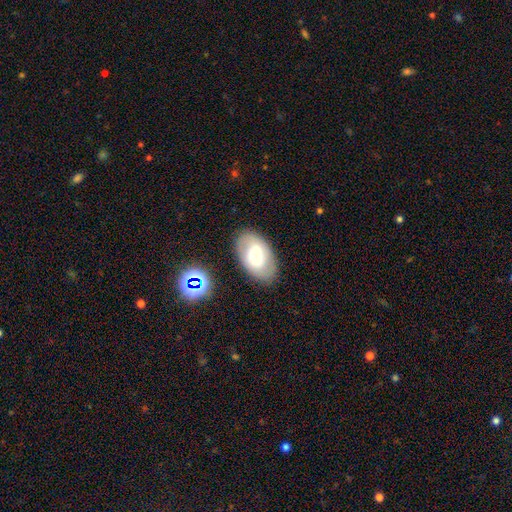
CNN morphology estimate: Q: Smooth or featured?
A: smooth (55%); runner-up: featured or disk (37%)
Q: How rounded?
A: in between (93%); runner-up: round (6%)
Q: Merging?
A: none (82%); runner-up: minor disturbance (12%)